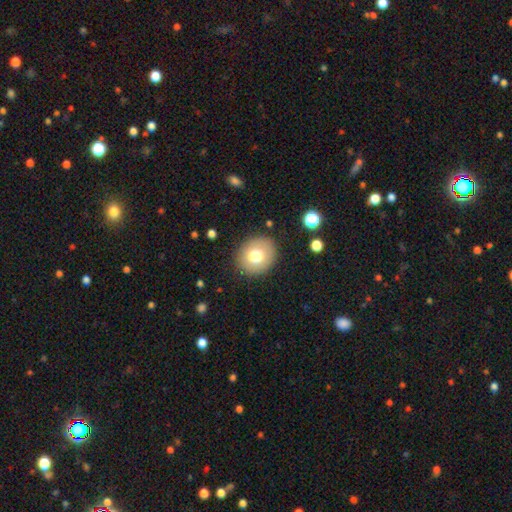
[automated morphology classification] Smooth or featured: smooth — 75% (featured or disk — 16%)
How rounded: round — 75% (in between — 24%)
Merging: none — 88% (minor disturbance — 8%)